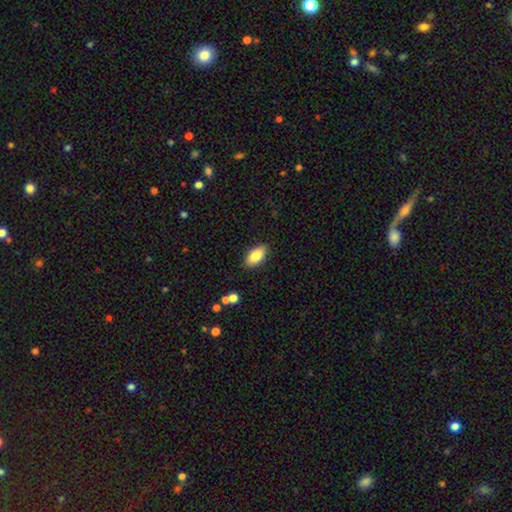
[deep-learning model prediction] Smooth or featured: smooth — 82% (featured or disk — 11%)
How rounded: in between — 93% (cigar-shaped — 4%)
Merging: none — 87% (minor disturbance — 9%)